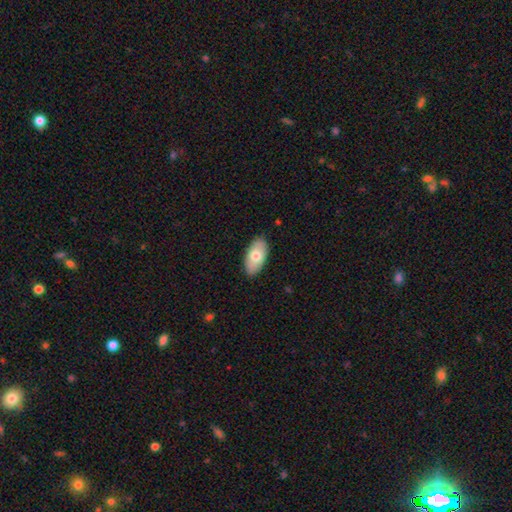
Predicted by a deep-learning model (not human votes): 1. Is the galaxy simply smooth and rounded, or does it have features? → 72% smooth, 22% featured or disk, 6% star or artifact.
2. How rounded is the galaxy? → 95% in between, 3% round, 3% cigar-shaped.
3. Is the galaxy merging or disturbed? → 87% none, 10% minor disturbance, 2% major disturbance, 1% merger.